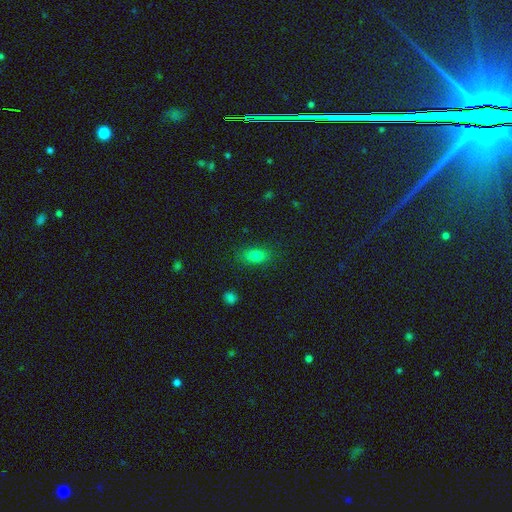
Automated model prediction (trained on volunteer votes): A smooth galaxy with no disk features (79%) that is in between round and cigar-shaped (82%). Merging: none (84%).